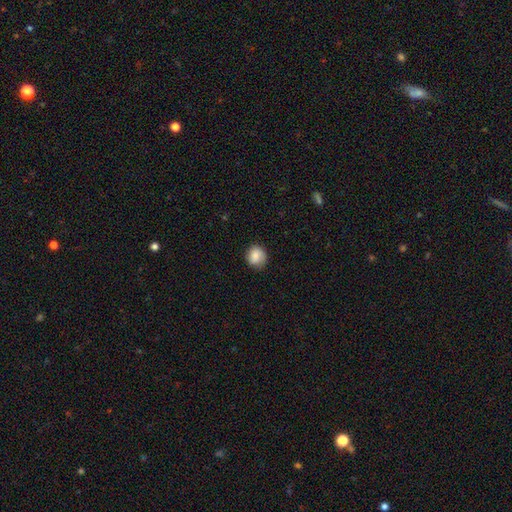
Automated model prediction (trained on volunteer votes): A smooth galaxy with no disk features (76%) that is round (81%).

Vote fractions:
- Smooth or featured? smooth: 76% / featured or disk: 16% / star or artifact: 8%
- How rounded? round: 81% / in between: 18% / cigar-shaped: 1%
- Merging? none: 78% / minor disturbance: 17% / major disturbance: 4% / merger: 1%